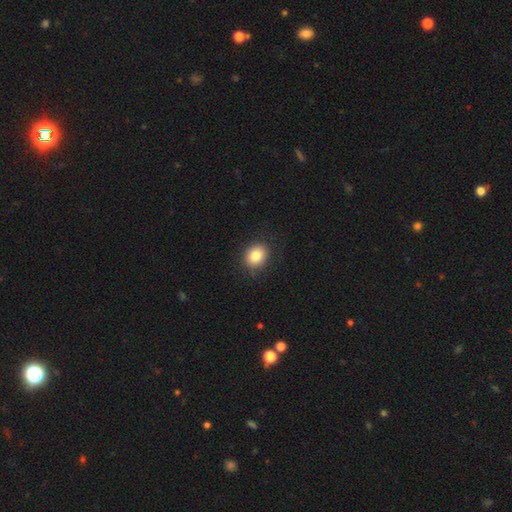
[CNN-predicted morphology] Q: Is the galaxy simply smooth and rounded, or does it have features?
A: smooth — 82%.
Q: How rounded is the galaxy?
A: round — 67%.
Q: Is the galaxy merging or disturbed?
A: none — 88%.